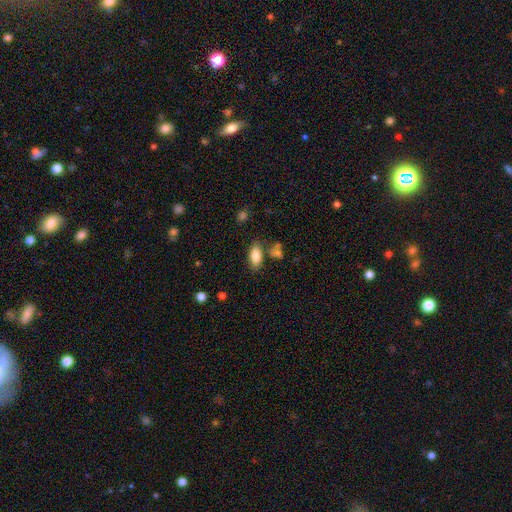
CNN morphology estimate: The model was most divided on "merging": none: 73%, minor disturbance: 14%, merger: 9%, major disturbance: 4%. More confident: how rounded — in between (90%); smooth or featured — smooth (83%).